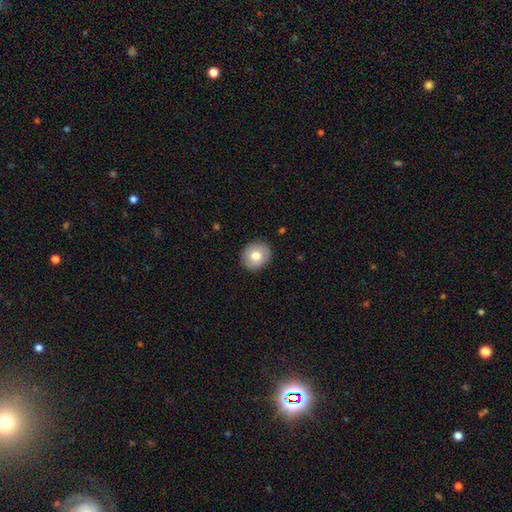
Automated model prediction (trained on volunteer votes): This is likely a smooth galaxy (77%). How rounded: likely round (78%). Merging: clearly none (89%).